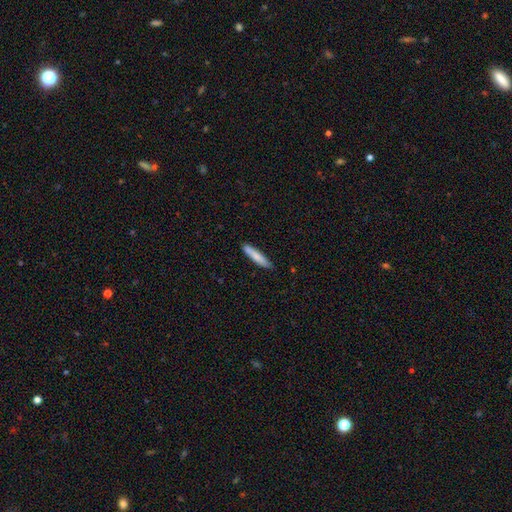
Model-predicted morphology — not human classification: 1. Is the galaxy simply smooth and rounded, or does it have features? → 78% smooth, 17% featured or disk, 5% star or artifact.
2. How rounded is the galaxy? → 88% cigar-shaped, 10% in between, 1% round.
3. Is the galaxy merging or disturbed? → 86% none, 11% minor disturbance, 2% major disturbance, 1% merger.